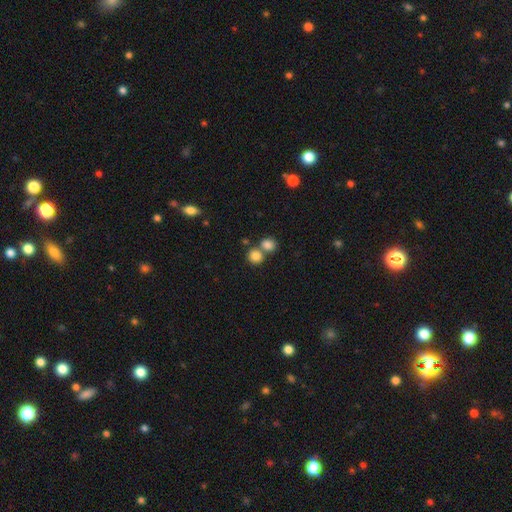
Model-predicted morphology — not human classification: This is clearly a smooth galaxy (83%). How rounded: clearly round (81%). Merging: possibly none (49%).